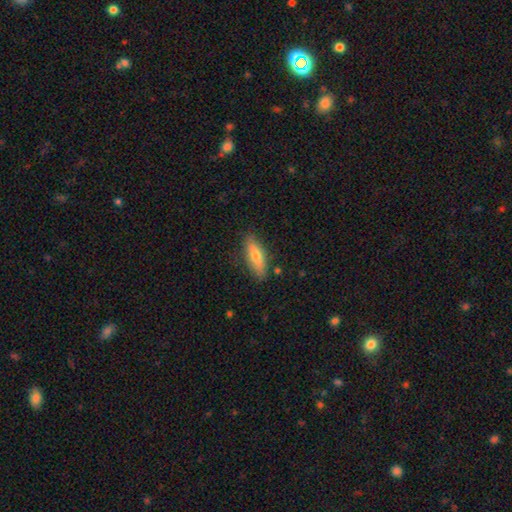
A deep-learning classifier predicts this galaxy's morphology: This is likely a smooth galaxy (68%). How rounded: possibly cigar-shaped (50%). Merging: clearly none (84%).